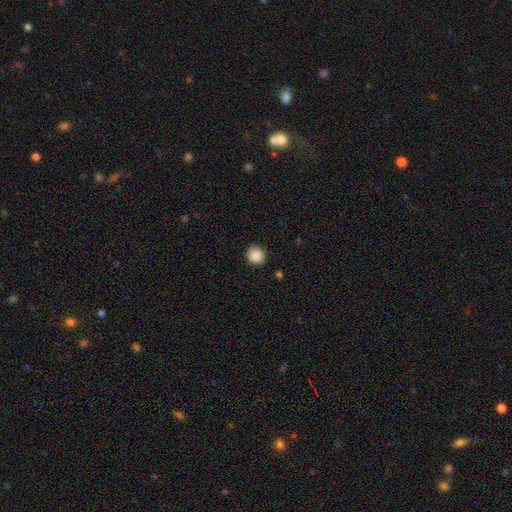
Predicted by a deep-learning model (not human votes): Overall: smooth (87%). How rounded: round (85%). Merging: none (85%).